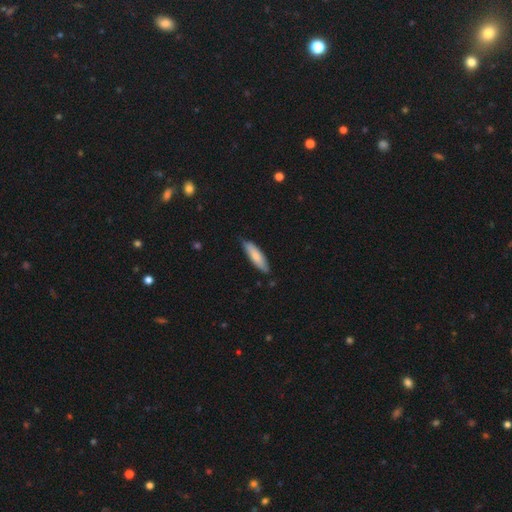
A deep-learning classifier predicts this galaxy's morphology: type=smooth (79%); roundness=cigar-shaped (62%); merging=none (79%).